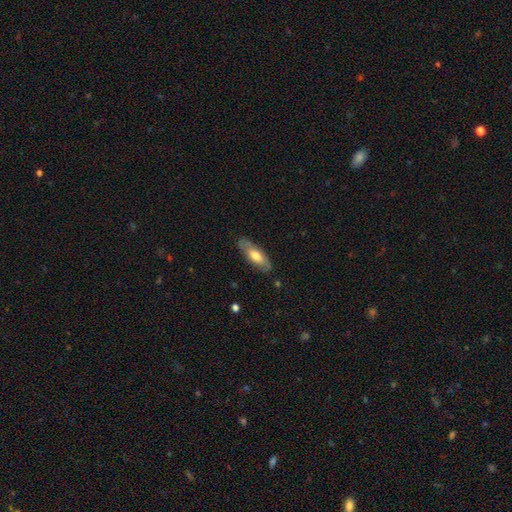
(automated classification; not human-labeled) Q: Smooth or featured?
A: smooth (52%); runner-up: featured or disk (43%)
Q: How rounded?
A: in between (72%); runner-up: cigar-shaped (26%)
Q: Merging?
A: none (80%); runner-up: minor disturbance (15%)